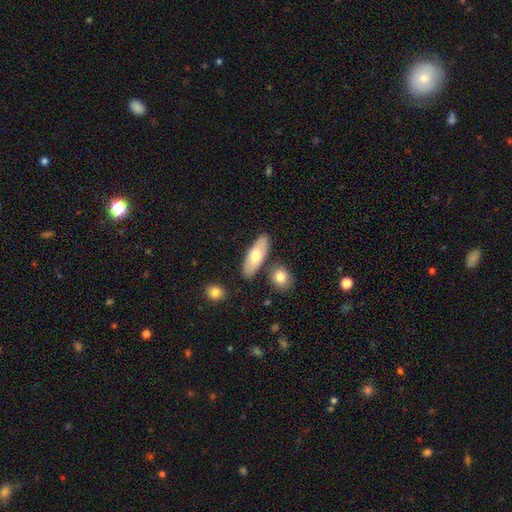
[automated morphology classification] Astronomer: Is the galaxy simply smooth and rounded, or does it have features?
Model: smooth — 66%.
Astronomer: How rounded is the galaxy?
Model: in between — 71%.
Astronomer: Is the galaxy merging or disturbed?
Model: none — 81%.